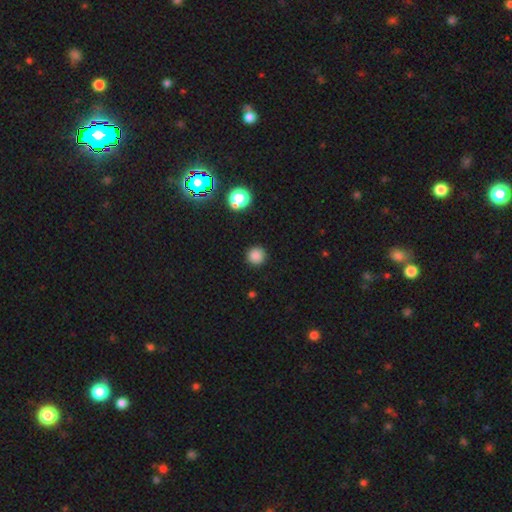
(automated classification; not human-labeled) smooth-or-featured: smooth: 83% | star or artifact: 13% | featured or disk: 3%
  how-rounded: round: 95% | in between: 4% | cigar-shaped: 1%
  merging: none: 91% | minor disturbance: 6% | major disturbance: 2% | merger: 1%